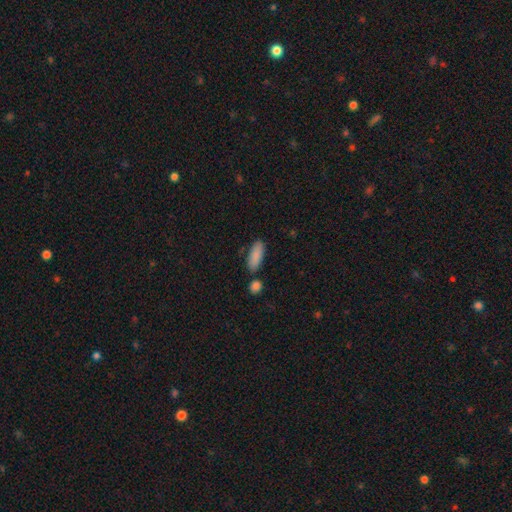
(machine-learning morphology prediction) A smooth galaxy with no disk features (88%) that is in between round and cigar-shaped (76%).

Vote fractions:
- Smooth or featured? smooth: 88% / star or artifact: 6% / featured or disk: 5%
- How rounded? in between: 76% / cigar-shaped: 22% / round: 2%
- Merging? none: 77% / minor disturbance: 12% / merger: 8% / major disturbance: 3%